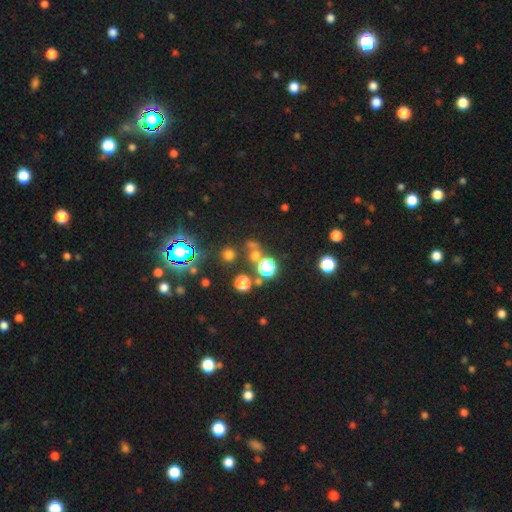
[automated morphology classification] Smooth or featured: smooth — 50% (star or artifact — 40%)
How rounded: round — 89% (in between — 10%)
Merging: none — 64% (merger — 23%)